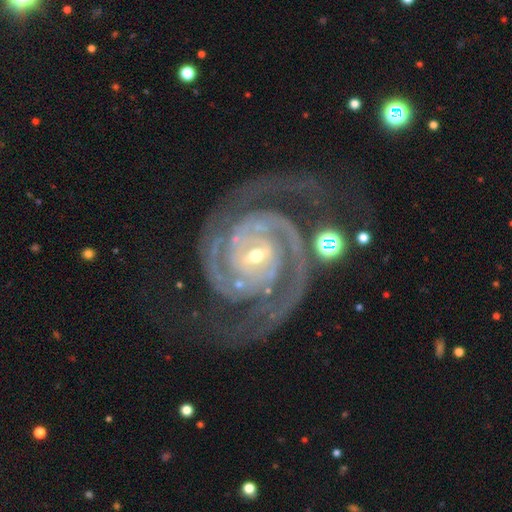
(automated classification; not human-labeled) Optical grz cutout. It shows a featured or disk galaxy (94%) with no bar (45%), 2 (85%) tight (72%) spiral arms (99%) and a small central bulge (66%). Merging: none (71%).